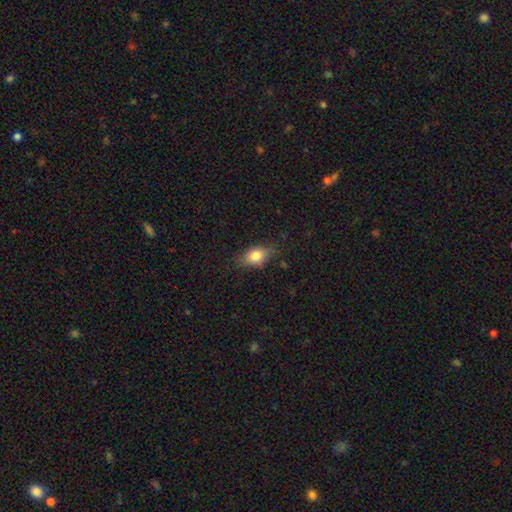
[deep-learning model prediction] The model was most divided on "merging": none: 73%, minor disturbance: 20%, major disturbance: 5%, merger: 1%. More confident: how rounded — in between (80%); smooth or featured — smooth (80%).